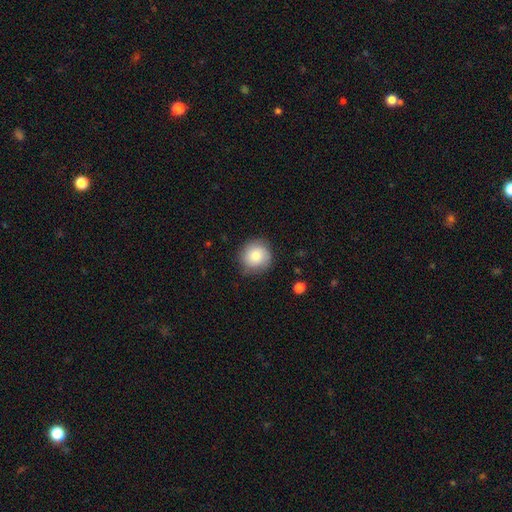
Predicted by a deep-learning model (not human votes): Smooth or featured: smooth — 79% (featured or disk — 13%)
How rounded: round — 91% (in between — 8%)
Merging: none — 81% (minor disturbance — 15%)